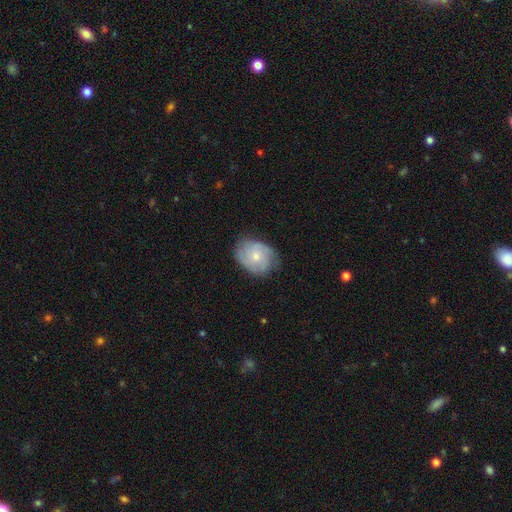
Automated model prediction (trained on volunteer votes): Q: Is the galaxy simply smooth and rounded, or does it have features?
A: featured or disk — 65%.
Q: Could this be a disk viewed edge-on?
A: no — 97%.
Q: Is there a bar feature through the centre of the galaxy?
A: no — 75%.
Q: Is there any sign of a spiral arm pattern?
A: yes — 91%.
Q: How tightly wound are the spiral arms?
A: tight — 55%.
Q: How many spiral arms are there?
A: can't tell — 31%.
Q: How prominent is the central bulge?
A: small — 57%.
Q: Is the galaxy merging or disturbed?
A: none — 73%.